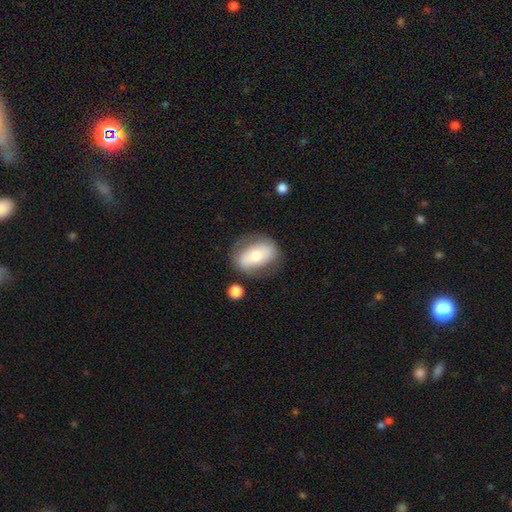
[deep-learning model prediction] Smooth or featured? Predicted: smooth (p=0.57). How rounded? Predicted: in between (p=0.80). Merging? Predicted: none (p=0.70).